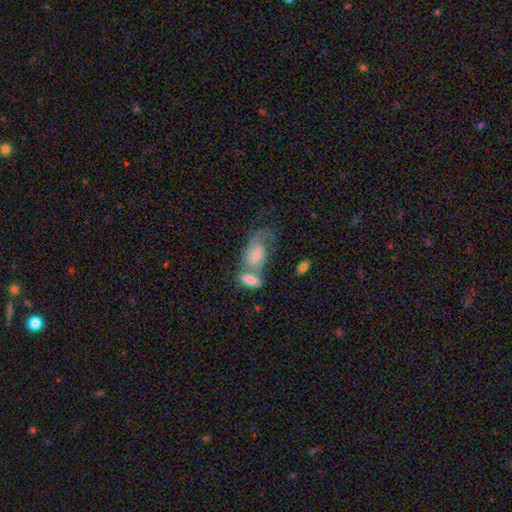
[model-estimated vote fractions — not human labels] A featured or disk galaxy (52%). Merging: merger (46%).